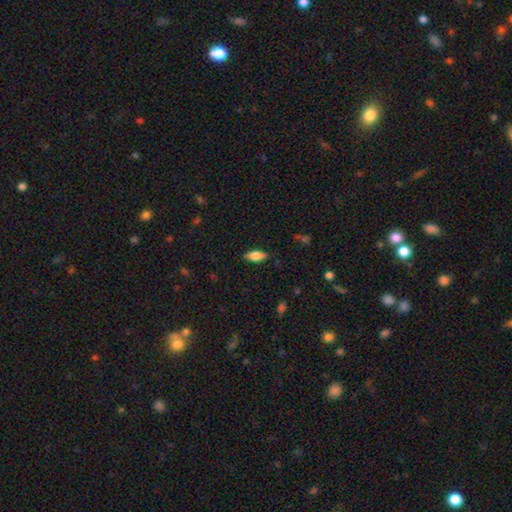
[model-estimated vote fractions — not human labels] This is likely a smooth galaxy (77%). How rounded: clearly in between (81%). Merging: clearly none (85%).